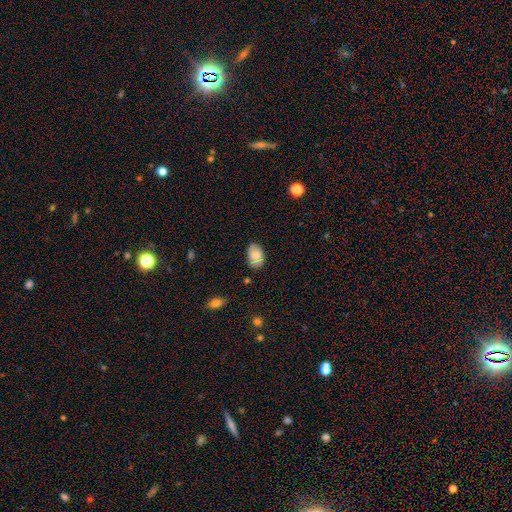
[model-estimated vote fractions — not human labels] Morphology: type=smooth (82%); roundness=in between (89%); merging=none (79%).